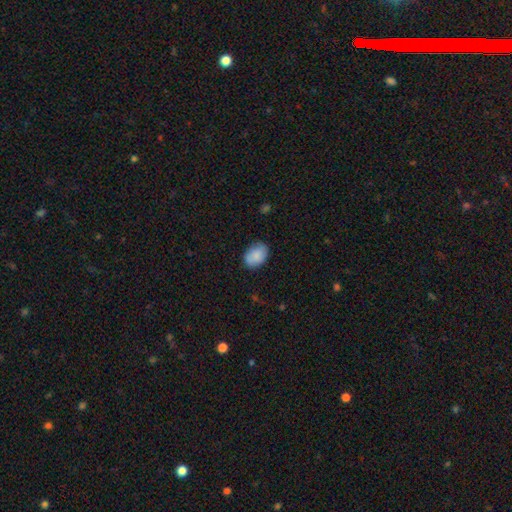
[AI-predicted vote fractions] Overall: smooth (83%). How rounded: in between (77%). Merging: none (78%).